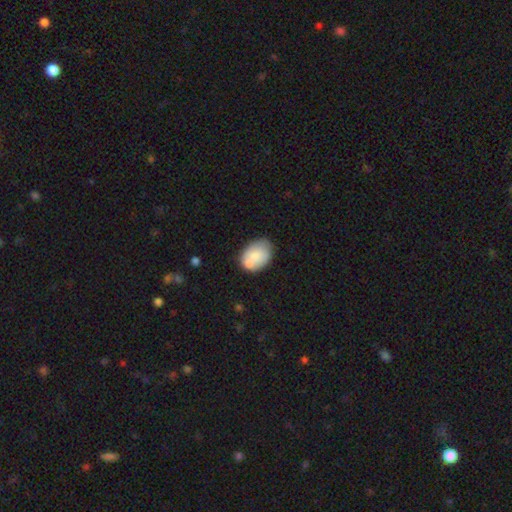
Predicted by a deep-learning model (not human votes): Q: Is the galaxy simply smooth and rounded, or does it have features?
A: smooth — 74%.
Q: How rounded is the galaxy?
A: in between — 79%.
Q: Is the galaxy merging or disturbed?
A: none — 52%.